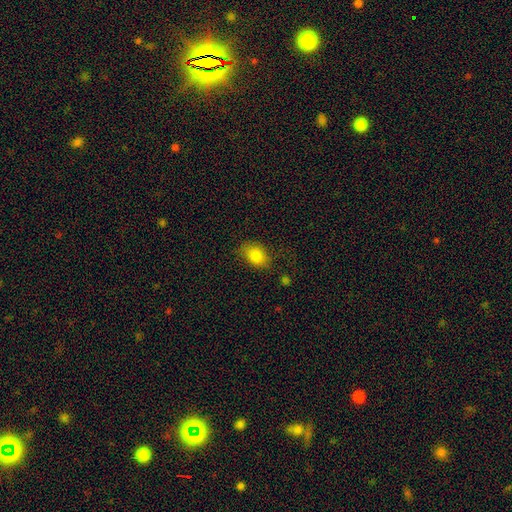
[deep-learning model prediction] smooth-or-featured: smooth: 82% | star or artifact: 9% | featured or disk: 9%
  how-rounded: in between: 77% | round: 21% | cigar-shaped: 1%
  merging: none: 73% | minor disturbance: 20% | major disturbance: 6% | merger: 2%